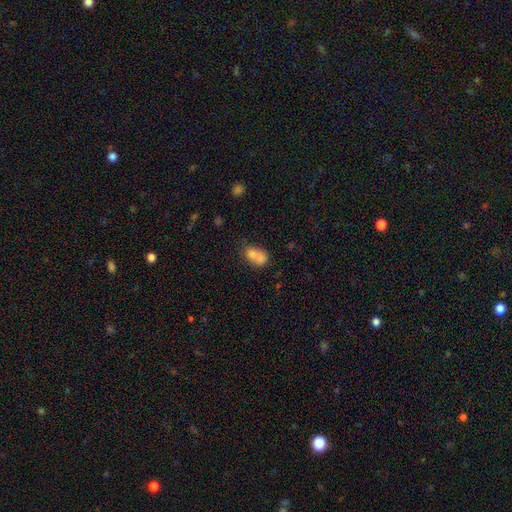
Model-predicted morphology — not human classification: Smooth or featured? smooth (73%)
How rounded? in between (65%)
Merging? merger (59%)